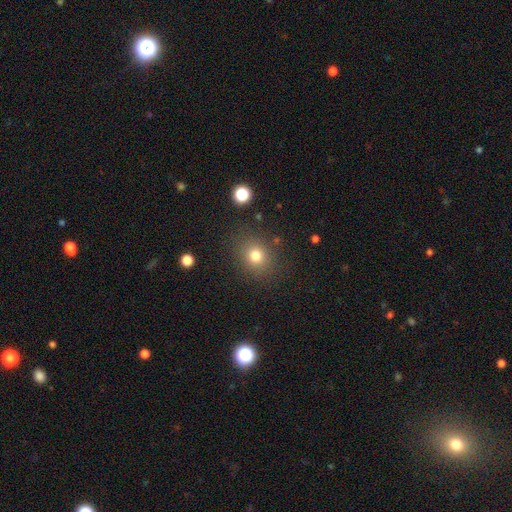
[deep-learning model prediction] This is likely a smooth galaxy (78%). How rounded: likely round (71%). Merging: clearly none (84%).